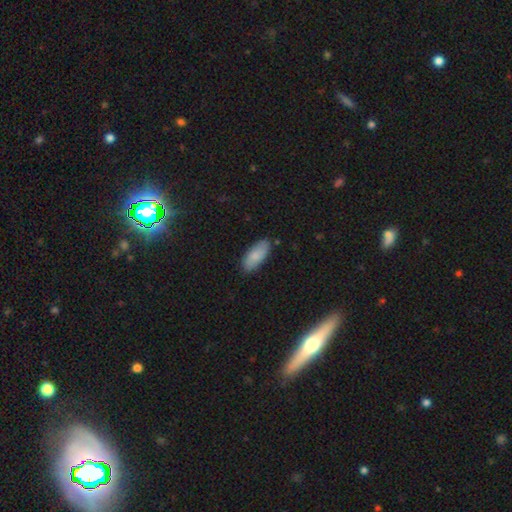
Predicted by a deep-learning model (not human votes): Smooth or featured?
  - smooth: 81% *
  - featured or disk: 13%
  - star or artifact: 6%
How rounded?
  - in between: 86% *
  - cigar-shaped: 13%
  - round: 2%
Merging?
  - none: 81% *
  - minor disturbance: 15%
  - major disturbance: 2%
  - merger: 2%